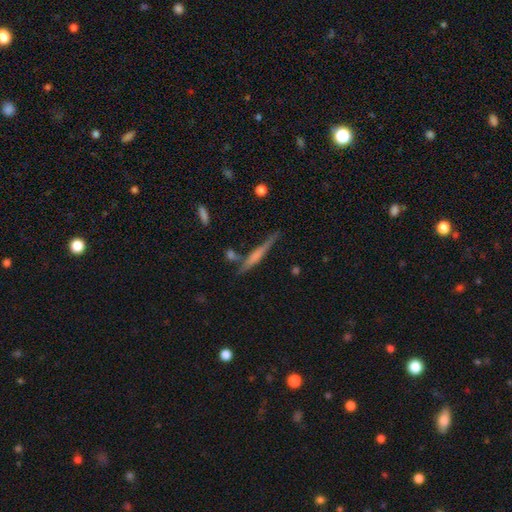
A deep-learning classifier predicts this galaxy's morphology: A featured or disk galaxy (51%) viewed edge-on (96%).

Vote fractions:
- Smooth or featured? featured or disk: 51% / smooth: 41% / star or artifact: 7%
- Edge-on disk? yes: 96% / no: 4%
- Merging? none: 71% / minor disturbance: 17% / merger: 8% / major disturbance: 5%